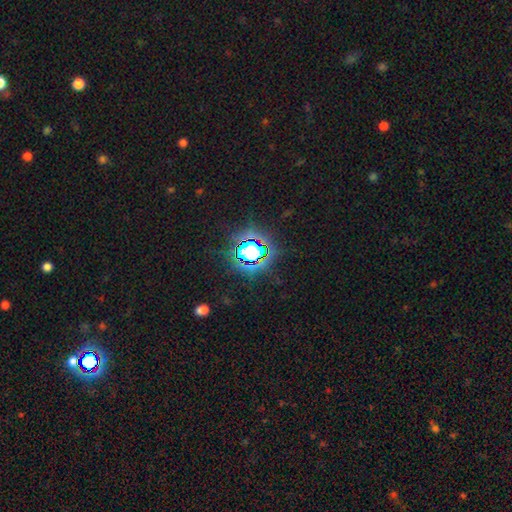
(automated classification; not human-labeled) This is likely a star or artifact rather than a galaxy (70%).